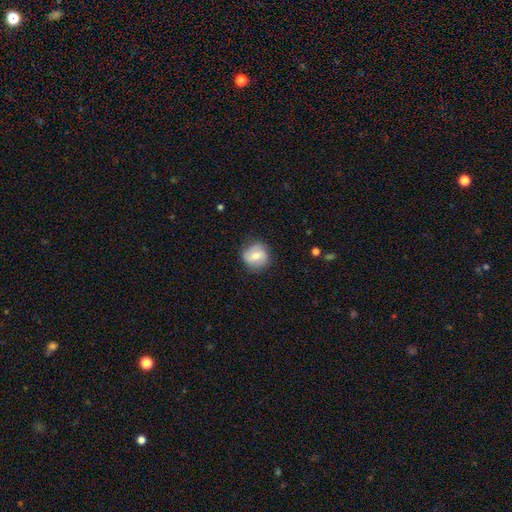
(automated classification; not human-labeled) Morphology: type=smooth (57%); roundness=round (87%); merging=none (82%).